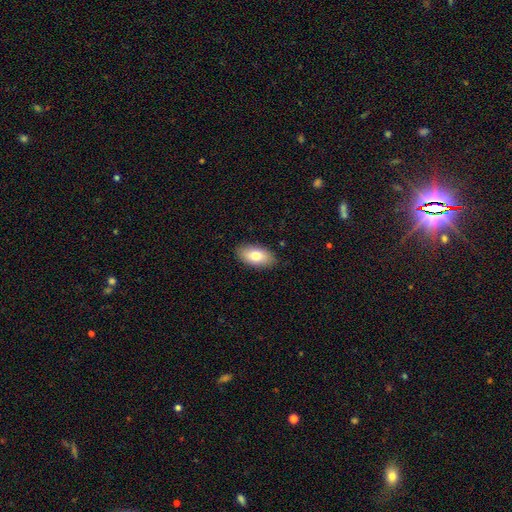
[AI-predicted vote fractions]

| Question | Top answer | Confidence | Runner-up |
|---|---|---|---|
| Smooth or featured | smooth | 77% | featured or disk (16%) |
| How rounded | in between | 93% | round (4%) |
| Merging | none | 87% | minor disturbance (10%) |